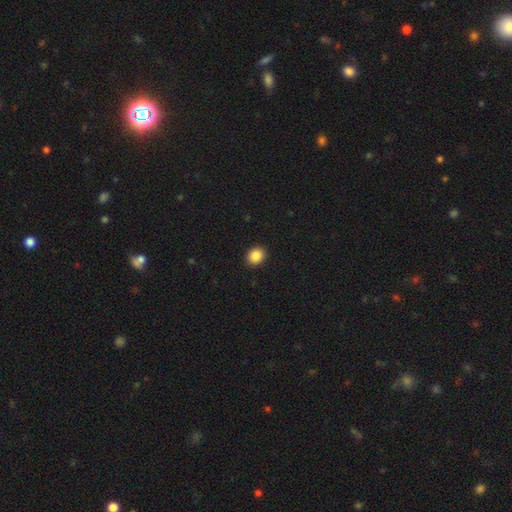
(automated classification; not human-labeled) Smooth or featured? Predicted: smooth (p=0.88). How rounded? Predicted: round (p=0.70). Merging? Predicted: none (p=0.92).